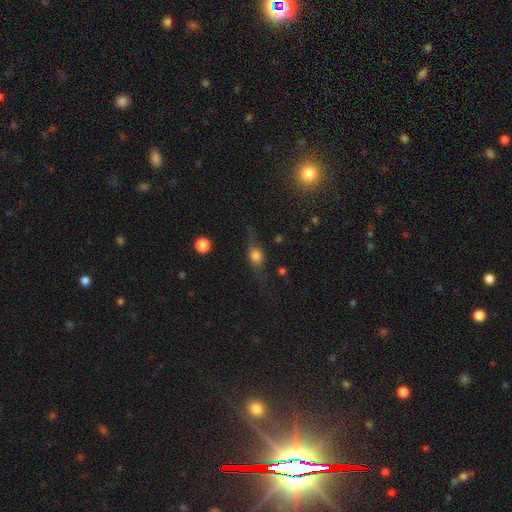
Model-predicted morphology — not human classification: smooth_or_featured: smooth (p=0.48) [alt: featured or disk p=0.41]
merging: none (p=0.66) [alt: minor disturbance p=0.19]